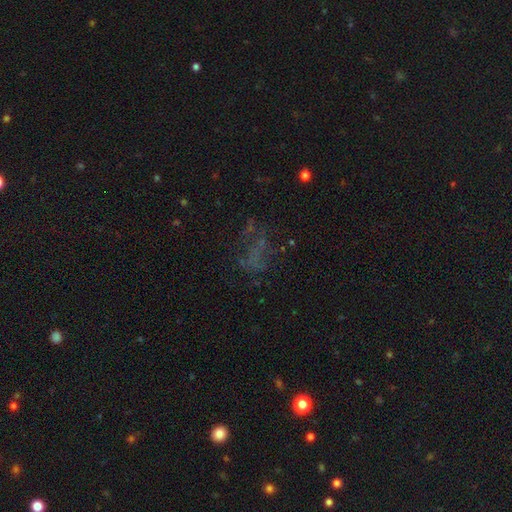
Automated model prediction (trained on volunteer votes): The model was most divided on "smooth or featured": star or artifact: 36%, featured or disk: 35%, smooth: 29%.